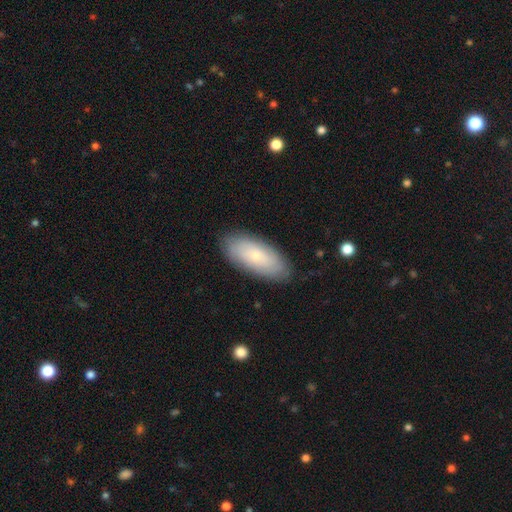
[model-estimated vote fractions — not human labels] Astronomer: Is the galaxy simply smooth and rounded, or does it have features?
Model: smooth — 62%.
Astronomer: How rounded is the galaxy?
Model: in between — 86%.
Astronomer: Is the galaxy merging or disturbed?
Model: none — 83%.